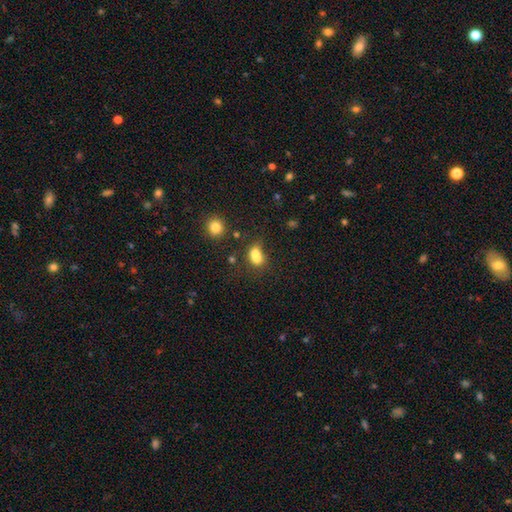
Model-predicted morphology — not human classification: Q: Smooth or featured?
A: smooth (77%); runner-up: star or artifact (13%)
Q: How rounded?
A: in between (71%); runner-up: round (26%)
Q: Merging?
A: merger (41%); runner-up: none (34%)